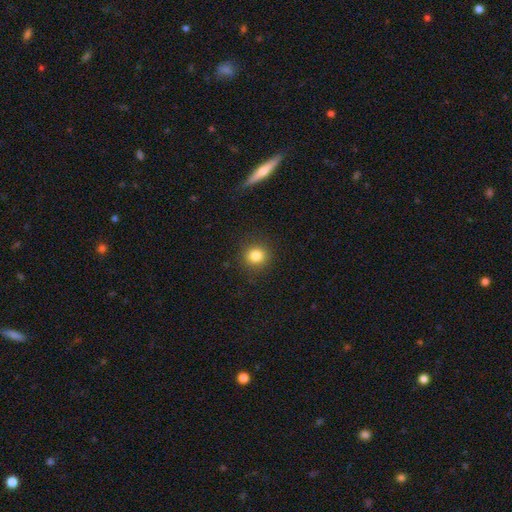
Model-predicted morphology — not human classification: smooth-or-featured: smooth: 83% | star or artifact: 12% | featured or disk: 5%
  how-rounded: round: 89% | in between: 10% | cigar-shaped: 1%
  merging: none: 89% | minor disturbance: 7% | major disturbance: 3% | merger: 1%